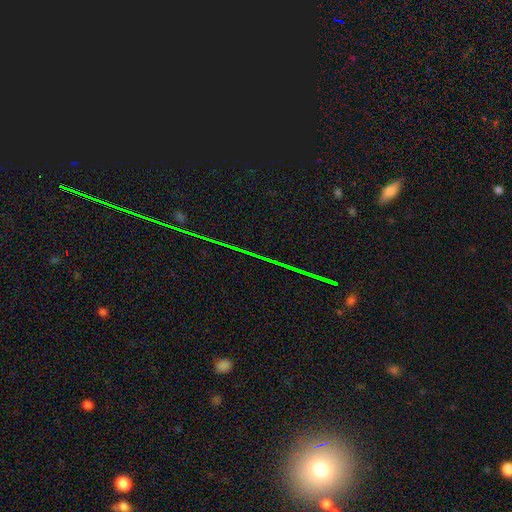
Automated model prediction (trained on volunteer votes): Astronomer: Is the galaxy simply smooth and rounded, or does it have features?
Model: star or artifact — 74%.